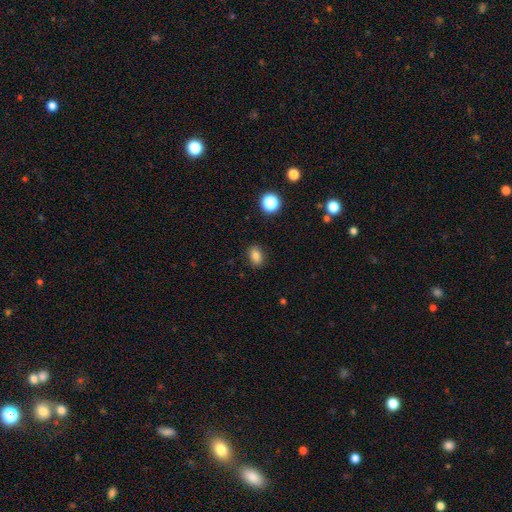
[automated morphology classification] smooth-or-featured: smooth: 82% | star or artifact: 11% | featured or disk: 7%
  how-rounded: in between: 79% | round: 20% | cigar-shaped: 2%
  merging: none: 89% | minor disturbance: 8% | major disturbance: 2% | merger: 1%